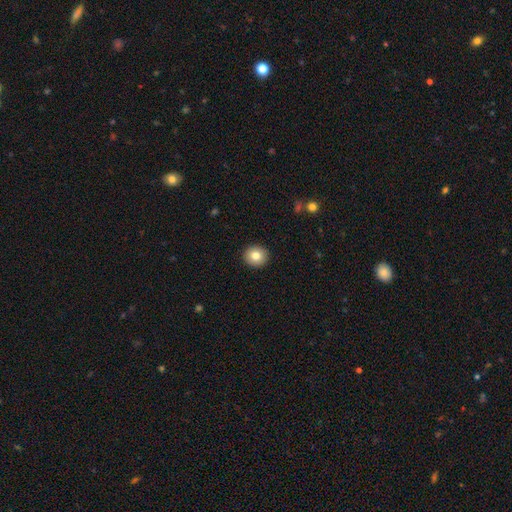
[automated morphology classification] Q: Smooth or featured?
A: smooth (81%); runner-up: featured or disk (10%)
Q: How rounded?
A: round (90%); runner-up: in between (9%)
Q: Merging?
A: none (93%); runner-up: minor disturbance (5%)